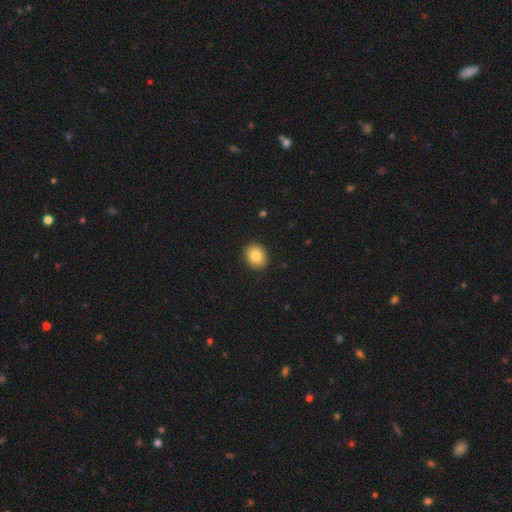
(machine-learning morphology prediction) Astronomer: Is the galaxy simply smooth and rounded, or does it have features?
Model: smooth — 83%.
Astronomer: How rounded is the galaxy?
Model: round — 64%.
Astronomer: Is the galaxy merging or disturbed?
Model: none — 91%.